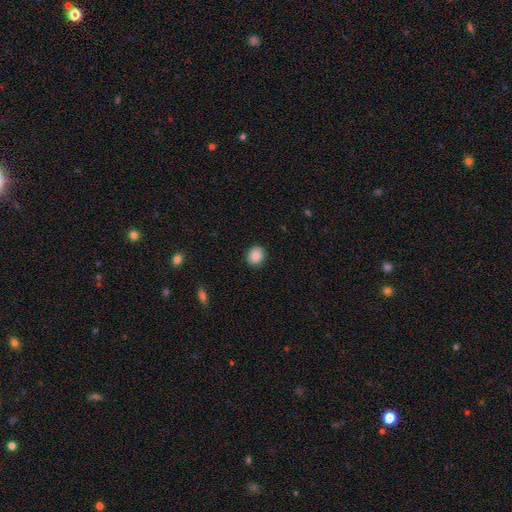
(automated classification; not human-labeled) Morphology: type=smooth (88%); roundness=round (64%); merging=none (89%).